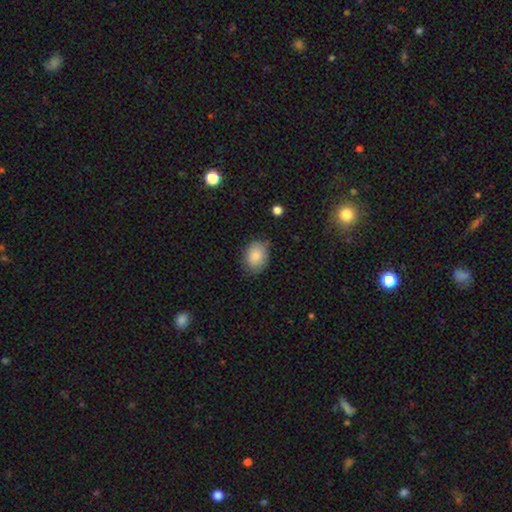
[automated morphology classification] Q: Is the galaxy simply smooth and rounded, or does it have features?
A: smooth — 84%.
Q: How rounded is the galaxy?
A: in between — 70%.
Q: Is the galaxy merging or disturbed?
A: none — 74%.